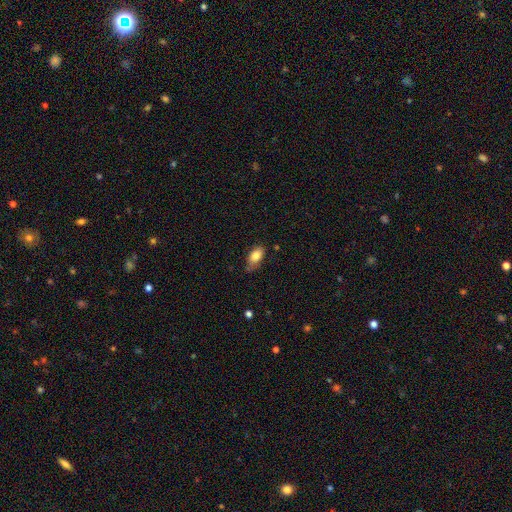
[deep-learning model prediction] smooth-or-featured: smooth: 81% | featured or disk: 12% | star or artifact: 7%
  how-rounded: in between: 91% | cigar-shaped: 5% | round: 4%
  merging: none: 61% | minor disturbance: 31% | major disturbance: 7% | merger: 2%